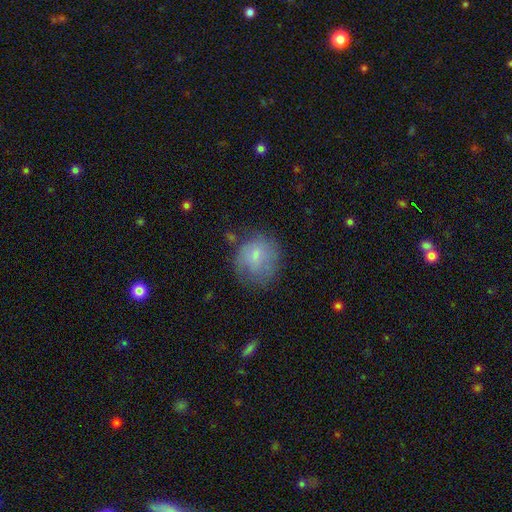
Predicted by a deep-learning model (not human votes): Morphology: type=smooth (68%); roundness=round (80%); merging=none (57%).